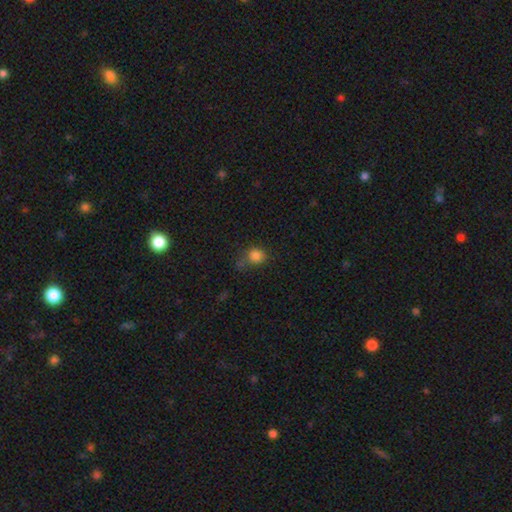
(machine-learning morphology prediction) The model was most divided on "merging": none: 52%, minor disturbance: 26%, major disturbance: 12%, merger: 10%. More confident: smooth or featured — smooth (81%); how rounded — round (75%).